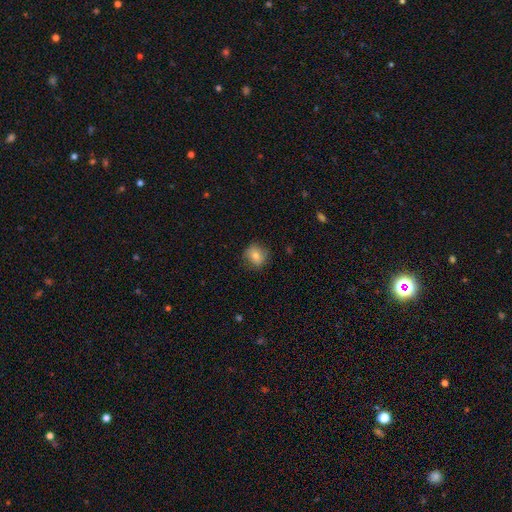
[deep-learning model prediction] smooth_or_featured: smooth (p=0.74) [alt: featured or disk p=0.16]
how_rounded: round (p=0.79) [alt: in between p=0.20]
merging: none (p=0.80) [alt: minor disturbance p=0.15]